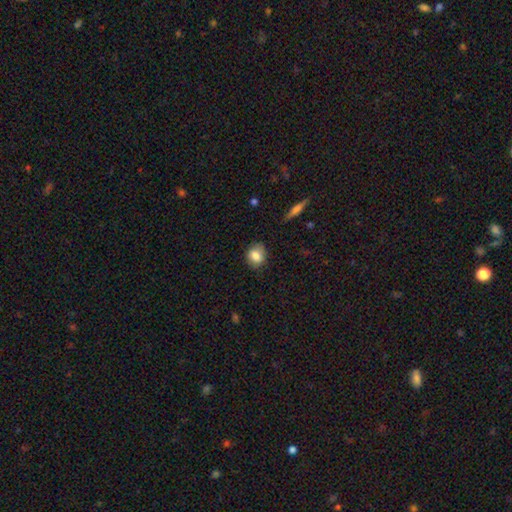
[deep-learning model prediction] Smooth or featured?
  - smooth: 82% *
  - featured or disk: 9%
  - star or artifact: 9%
How rounded?
  - round: 59% *
  - in between: 39%
  - cigar-shaped: 1%
Merging?
  - none: 79% *
  - minor disturbance: 16%
  - major disturbance: 3%
  - merger: 1%